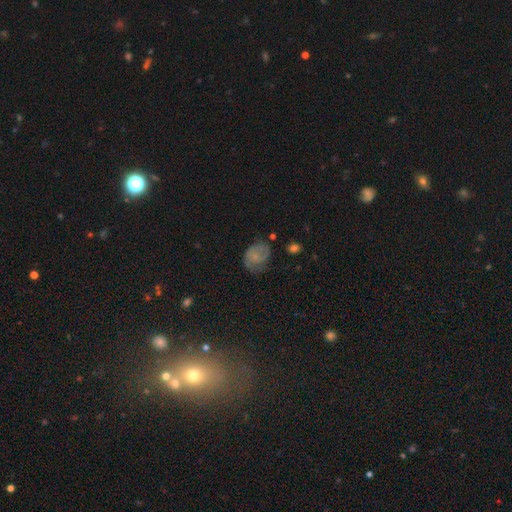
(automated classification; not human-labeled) Morphology: type=featured or disk (53%); edge-on=no (97%); bar=no (75%); spiral arms=yes (80%); bulge=small (64%); merging=none (51%).